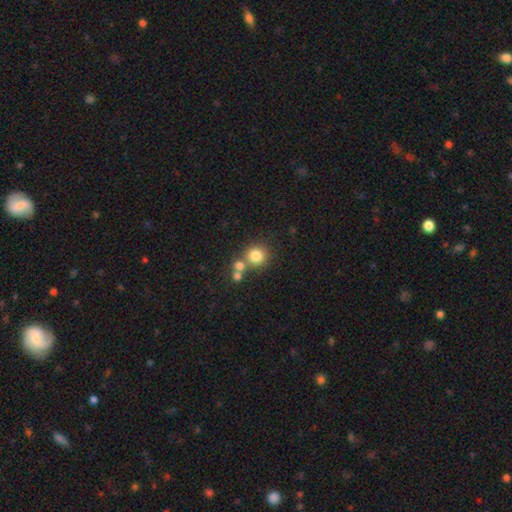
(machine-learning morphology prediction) Smooth or featured: smooth — 79% (star or artifact — 12%)
How rounded: round — 90% (in between — 9%)
Merging: none — 61% (merger — 27%)